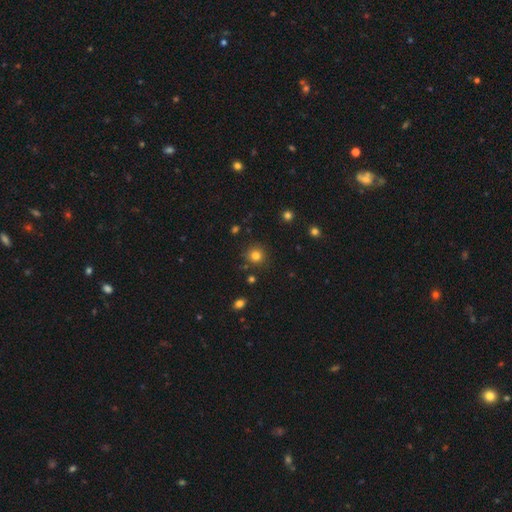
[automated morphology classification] Q: Smooth or featured?
A: smooth (81%); runner-up: star or artifact (14%)
Q: How rounded?
A: round (92%); runner-up: in between (7%)
Q: Merging?
A: none (85%); runner-up: minor disturbance (9%)